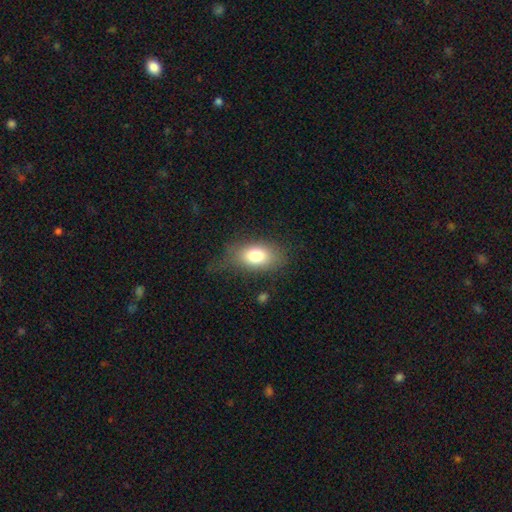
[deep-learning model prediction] Morphology: type=smooth (77%); roundness=in between (86%); merging=none (67%).